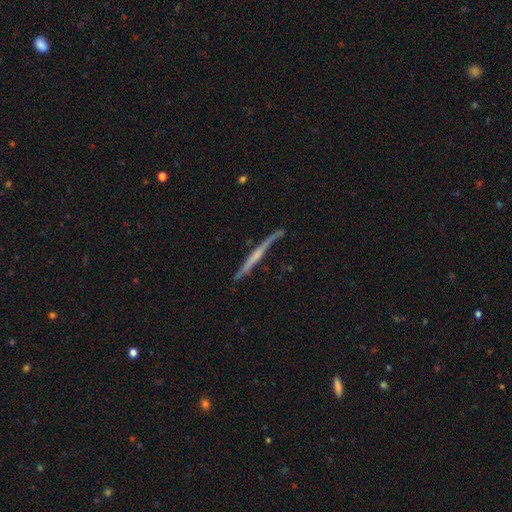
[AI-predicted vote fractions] featured or disk 67%, smooth 27%, star or artifact 6%. Down the decision tree: edge-on disk — yes (96%); edge-on bulge — none (64%); merging — none (78%).